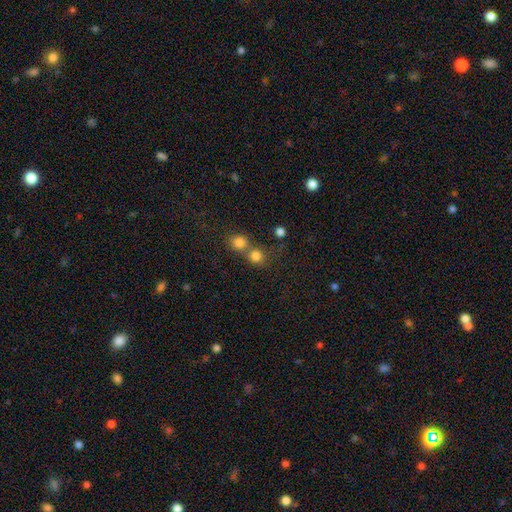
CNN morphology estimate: A smooth galaxy with no disk features (79%) that is round (87%). Merging: none (48%).